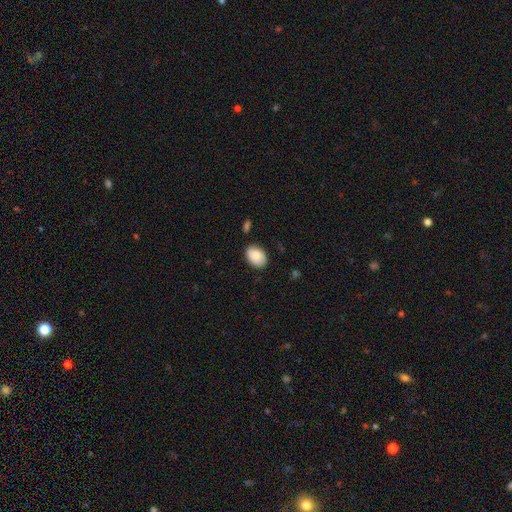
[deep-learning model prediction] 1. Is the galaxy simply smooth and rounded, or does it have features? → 82% smooth, 11% featured or disk, 7% star or artifact.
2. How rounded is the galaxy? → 84% in between, 15% round, 1% cigar-shaped.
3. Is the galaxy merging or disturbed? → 79% none, 16% minor disturbance, 3% major disturbance, 2% merger.